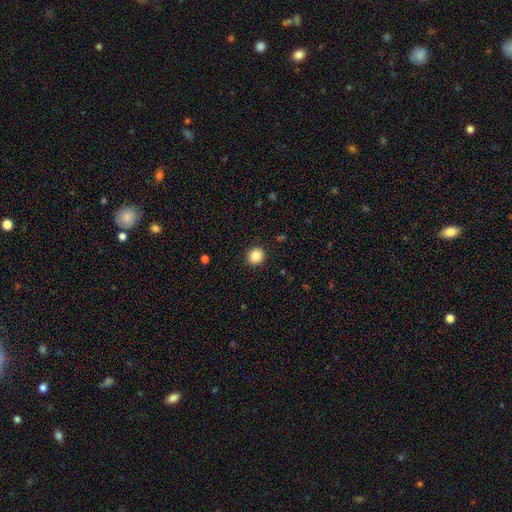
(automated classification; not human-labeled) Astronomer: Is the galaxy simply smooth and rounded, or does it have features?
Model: smooth — 85%.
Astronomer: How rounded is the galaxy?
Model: round — 92%.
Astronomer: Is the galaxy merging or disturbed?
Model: none — 92%.